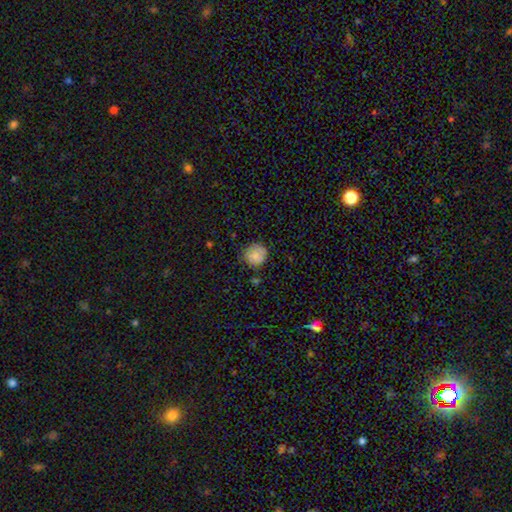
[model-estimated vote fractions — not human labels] smooth 82%, featured or disk 9%, star or artifact 9%. Down the decision tree: how rounded — round (89%); merging — none (77%).